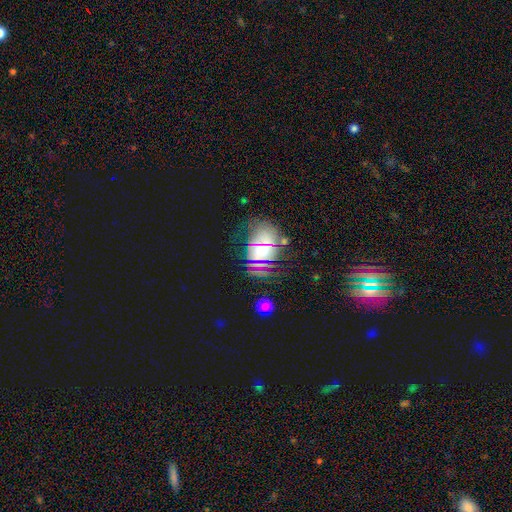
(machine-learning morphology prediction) A star or artifact, not a galaxy (38%, tied with featured or disk).